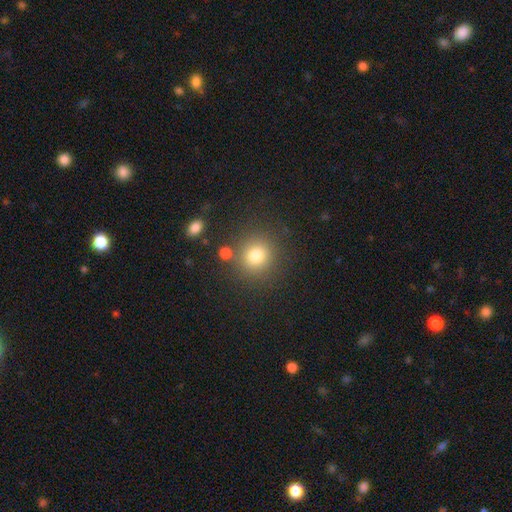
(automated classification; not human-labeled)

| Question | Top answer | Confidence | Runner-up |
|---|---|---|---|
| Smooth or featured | smooth | 78% | star or artifact (14%) |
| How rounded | round | 90% | in between (10%) |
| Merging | none | 82% | minor disturbance (9%) |